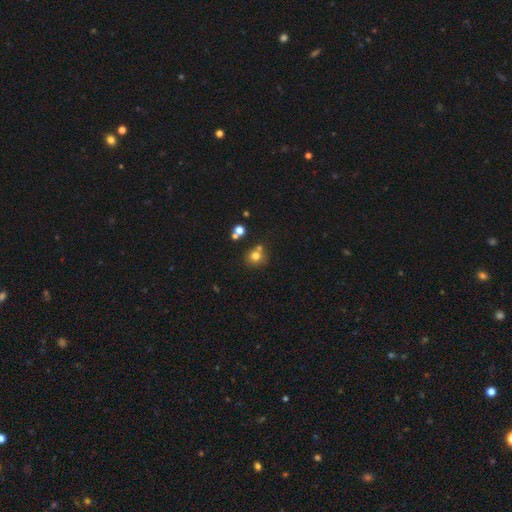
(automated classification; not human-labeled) Overall: smooth (74%). How rounded: round (86%). Merging: none (63%).